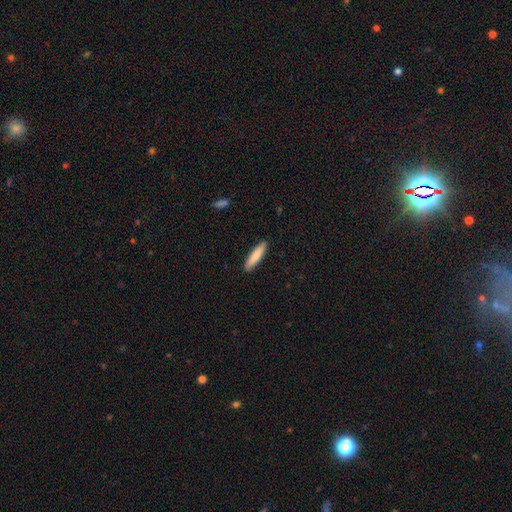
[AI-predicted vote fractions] smooth 81%, featured or disk 13%, star or artifact 5%. Down the decision tree: how rounded — cigar-shaped (83%); merging — none (90%).